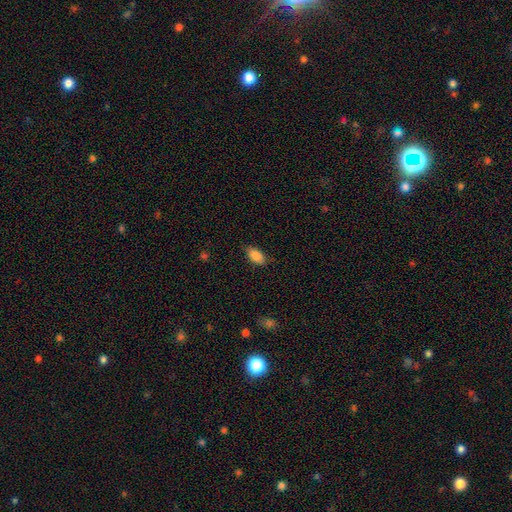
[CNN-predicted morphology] A smooth galaxy with no disk features (86%) that is in between round and cigar-shaped (91%).

Vote fractions:
- Smooth or featured? smooth: 86% / star or artifact: 7% / featured or disk: 6%
- How rounded? in between: 91% / cigar-shaped: 5% / round: 4%
- Merging? none: 80% / minor disturbance: 16% / major disturbance: 3% / merger: 1%